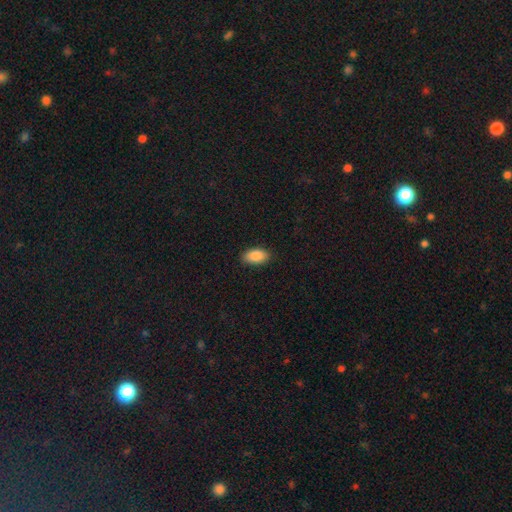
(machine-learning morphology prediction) Overall: smooth (89%). How rounded: in between (94%). Merging: none (89%).